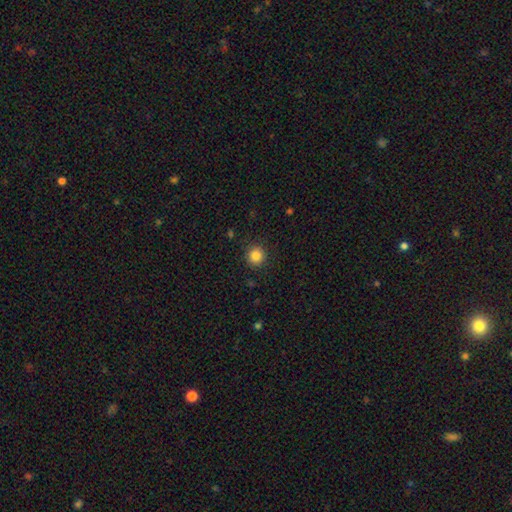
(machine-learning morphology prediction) Smooth or featured? Predicted: smooth (p=0.84). How rounded? Predicted: round (p=0.93). Merging? Predicted: none (p=0.91).